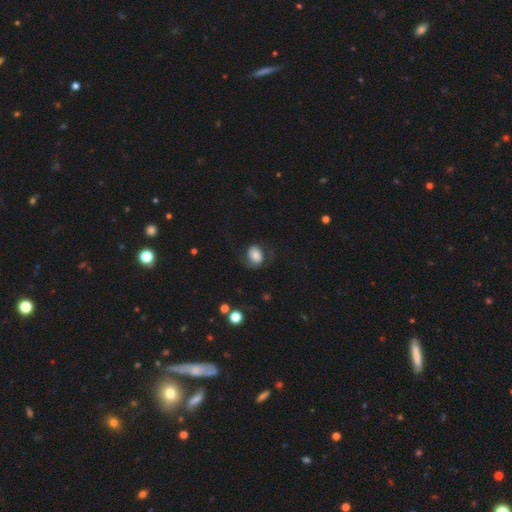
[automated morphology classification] smooth-or-featured: smooth: 56% | featured or disk: 35% | star or artifact: 9%
  how-rounded: in between: 58% | round: 41% | cigar-shaped: 1%
  merging: none: 59% | major disturbance: 20% | minor disturbance: 19% | merger: 2%